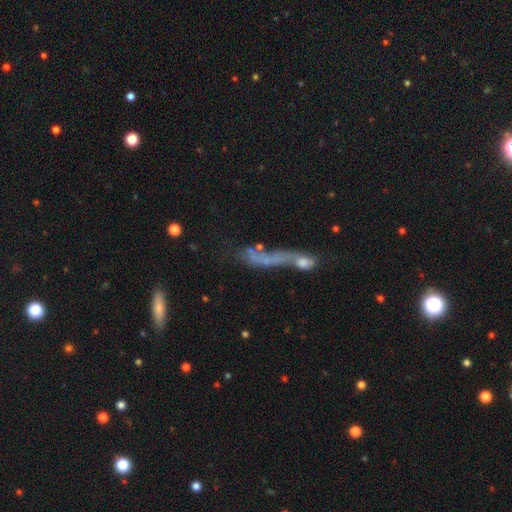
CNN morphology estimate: Overall: featured or disk (42%; smooth 41%). Merging: merger (34%; none 27%).